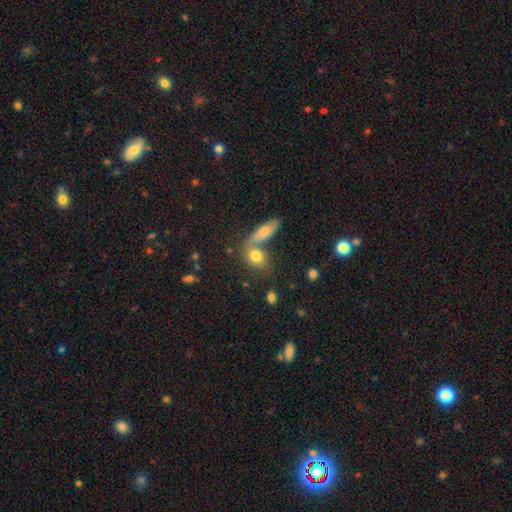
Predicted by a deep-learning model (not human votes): Smooth or featured? Predicted: smooth (p=0.76). How rounded? Predicted: in between (p=0.52). Merging? Predicted: none (p=0.45).